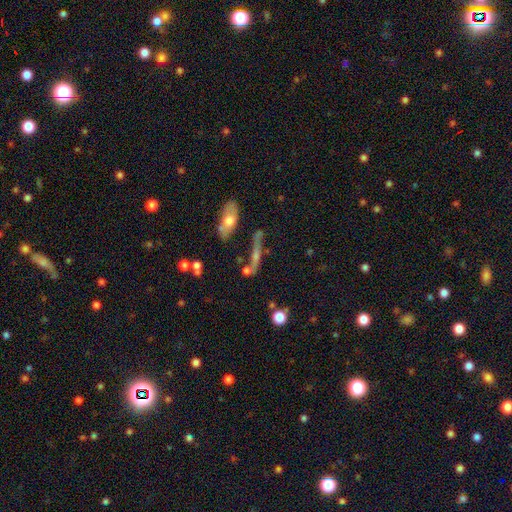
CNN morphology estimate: The model was most divided on "smooth or featured": featured or disk: 48%, smooth: 33%, star or artifact: 20%. More confident: merging — none (50%).